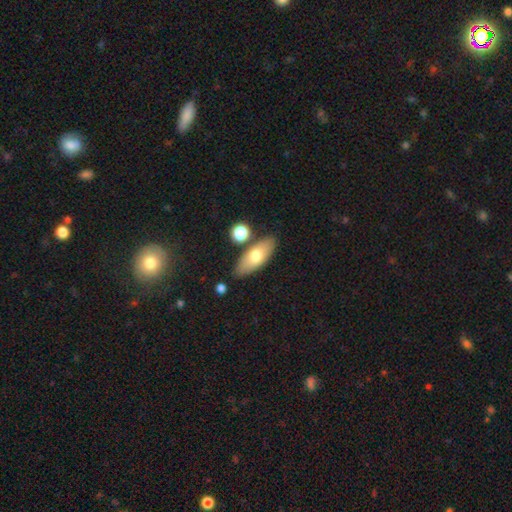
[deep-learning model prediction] This appears to be a smooth galaxy with no disk features (70%) that is in between round and cigar-shaped (72%). Merging: none (79%).